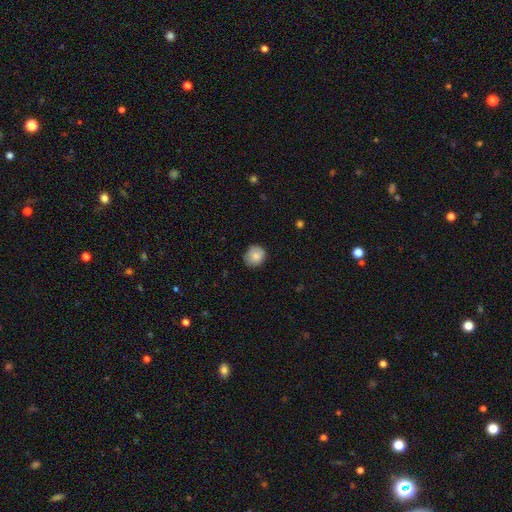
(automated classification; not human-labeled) This appears to be a smooth galaxy with no disk features (84%) that is round (82%). Merging: none (81%).